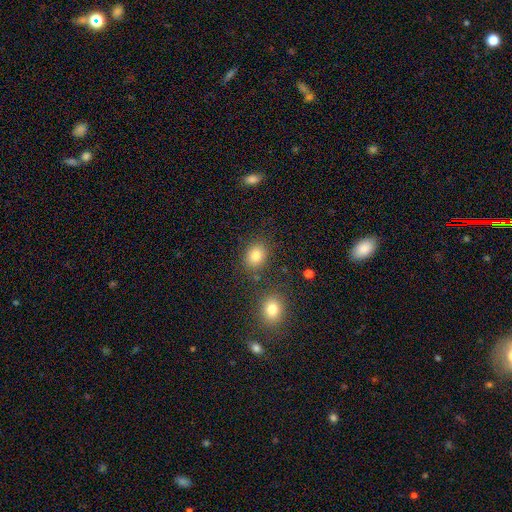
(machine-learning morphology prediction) Overall: smooth (83%). How rounded: in between (51%; round 48%). Merging: none (80%).